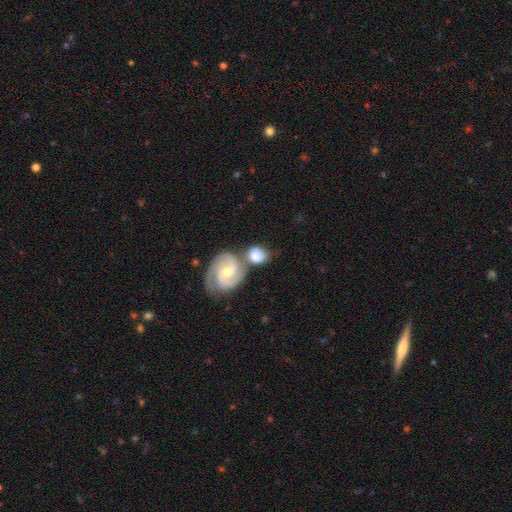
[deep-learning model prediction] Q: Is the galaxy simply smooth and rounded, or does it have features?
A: smooth — 49%.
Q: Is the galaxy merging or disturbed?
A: merger — 46%.